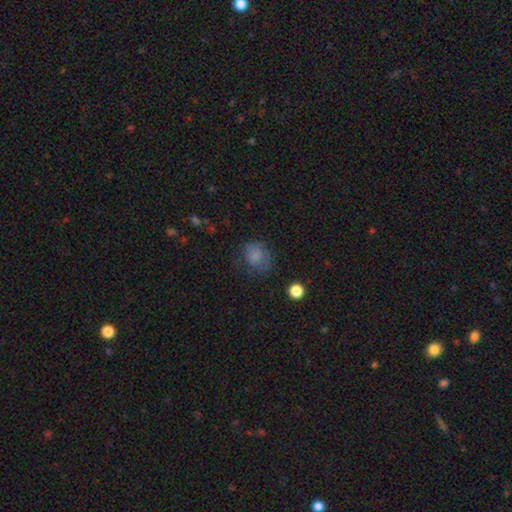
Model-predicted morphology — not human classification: Smooth or featured? Predicted: smooth (p=0.75). How rounded? Predicted: round (p=0.67). Merging? Predicted: none (p=0.58).